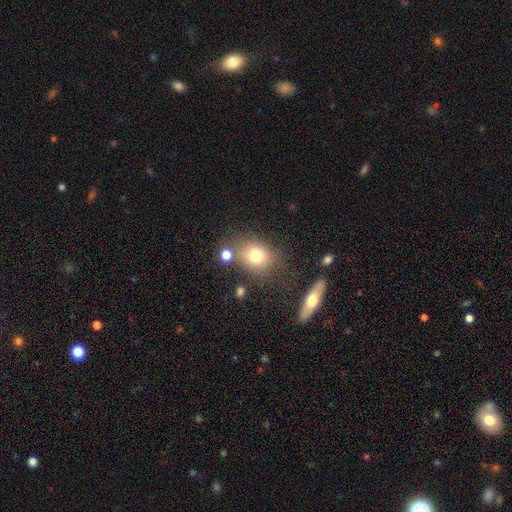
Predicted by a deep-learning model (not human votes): smooth-or-featured: smooth: 75% | featured or disk: 13% | star or artifact: 12%
  how-rounded: round: 57% | in between: 42% | cigar-shaped: 1%
  merging: none: 68% | minor disturbance: 14% | merger: 12% | major disturbance: 6%